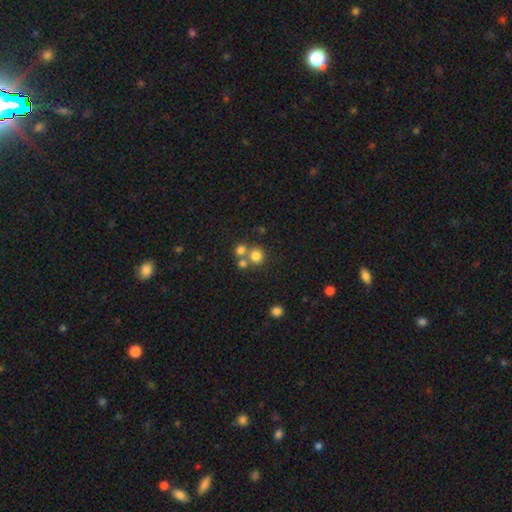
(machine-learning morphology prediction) Smooth or featured?
  - smooth: 75% *
  - star or artifact: 15%
  - featured or disk: 10%
How rounded?
  - round: 90% *
  - in between: 9%
  - cigar-shaped: 1%
Merging?
  - none: 55% *
  - merger: 35%
  - minor disturbance: 7%
  - major disturbance: 4%